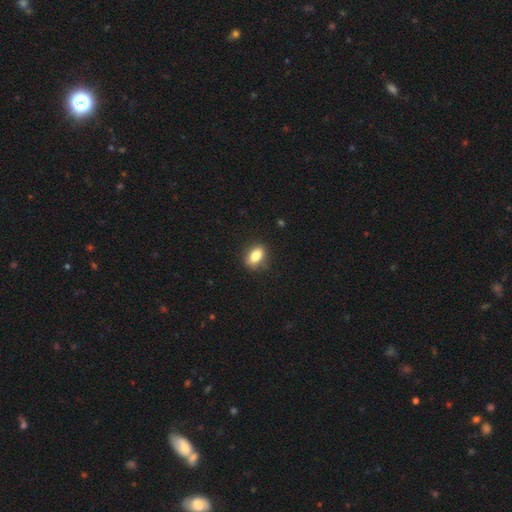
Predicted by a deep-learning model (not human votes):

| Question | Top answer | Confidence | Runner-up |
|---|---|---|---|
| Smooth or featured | smooth | 83% | star or artifact (9%) |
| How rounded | in between | 83% | round (12%) |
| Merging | none | 80% | minor disturbance (16%) |